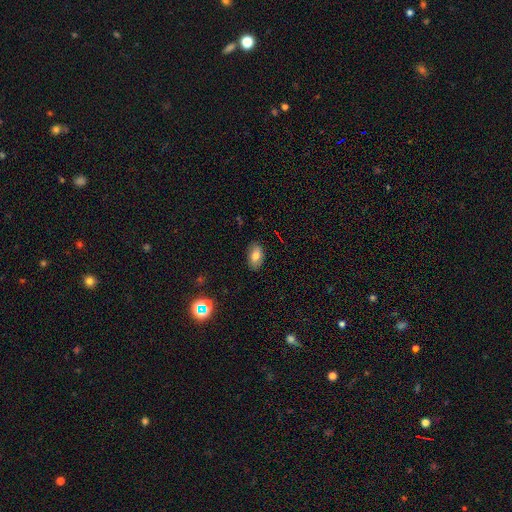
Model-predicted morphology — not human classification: Overall: smooth (77%). How rounded: in between (92%). Merging: none (87%).